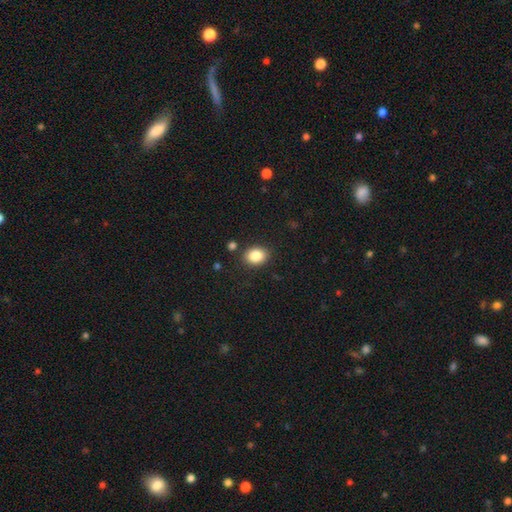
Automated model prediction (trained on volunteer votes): smooth-or-featured: smooth: 85% | star or artifact: 9% | featured or disk: 6%
  how-rounded: in between: 58% | round: 41% | cigar-shaped: 1%
  merging: none: 86% | minor disturbance: 9% | merger: 3% | major disturbance: 2%